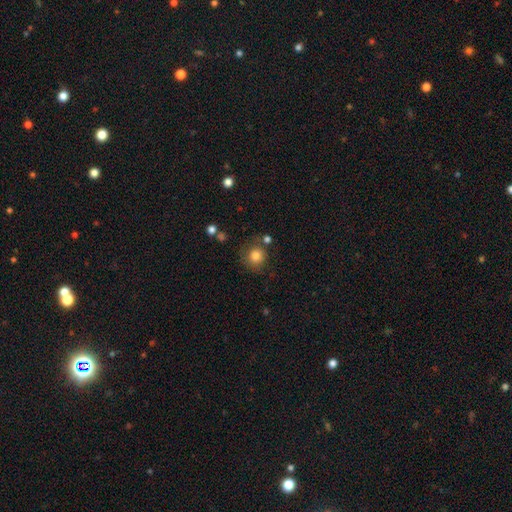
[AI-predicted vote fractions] Smooth or featured? Predicted: smooth (p=0.81). How rounded? Predicted: round (p=0.90). Merging? Predicted: none (p=0.71).